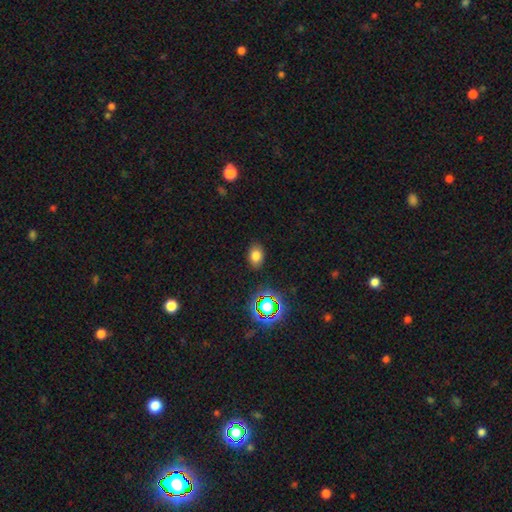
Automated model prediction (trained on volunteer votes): This appears to be a smooth galaxy with no disk features (76%) that is in between round and cigar-shaped (78%). Merging: none (86%).